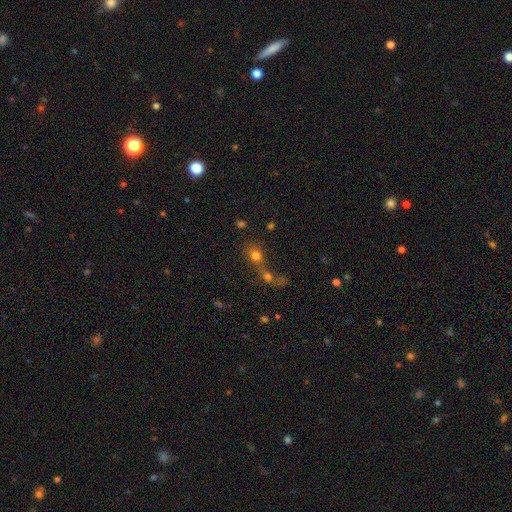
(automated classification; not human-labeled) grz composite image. It shows a smooth galaxy with no disk features (71%) that is round (67%). Merging: merger (65%).